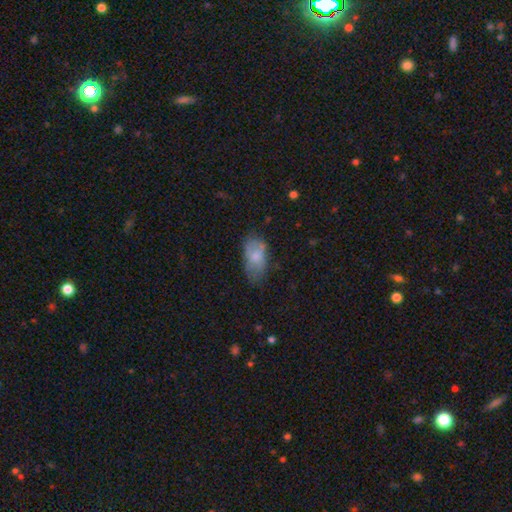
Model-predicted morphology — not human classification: smooth_or_featured: smooth (p=0.66) [alt: featured or disk p=0.26]
how_rounded: in between (p=0.93) [alt: round p=0.04]
merging: none (p=0.52) [alt: minor disturbance p=0.31]